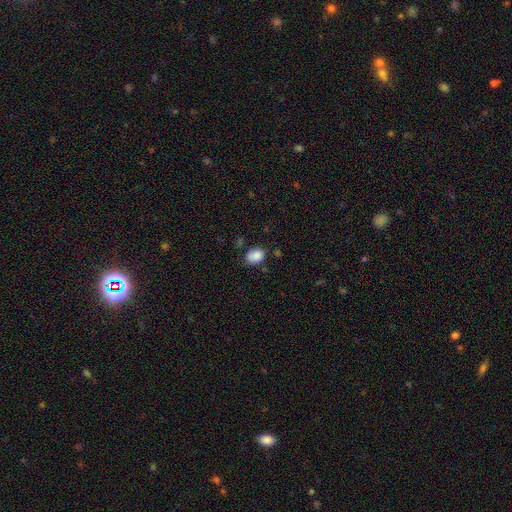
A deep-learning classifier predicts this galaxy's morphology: A smooth galaxy with no disk features (85%) that is in between round and cigar-shaped (63%).

Vote fractions:
- Smooth or featured? smooth: 85% / star or artifact: 9% / featured or disk: 6%
- How rounded? in between: 63% / round: 36% / cigar-shaped: 1%
- Merging? none: 67% / minor disturbance: 24% / major disturbance: 5% / merger: 5%